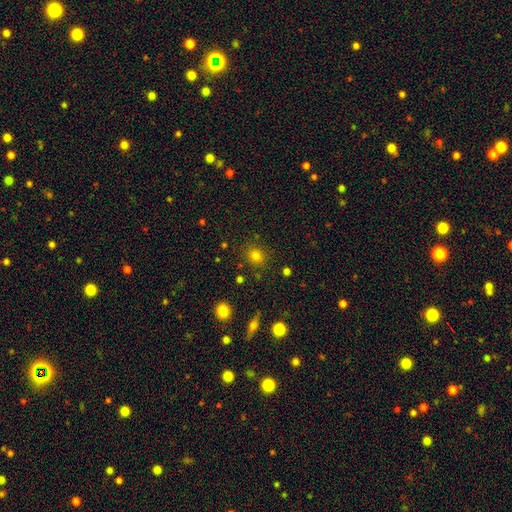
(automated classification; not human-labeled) Smooth or featured: smooth — 78% (star or artifact — 15%)
How rounded: round — 73% (in between — 26%)
Merging: none — 84% (minor disturbance — 10%)